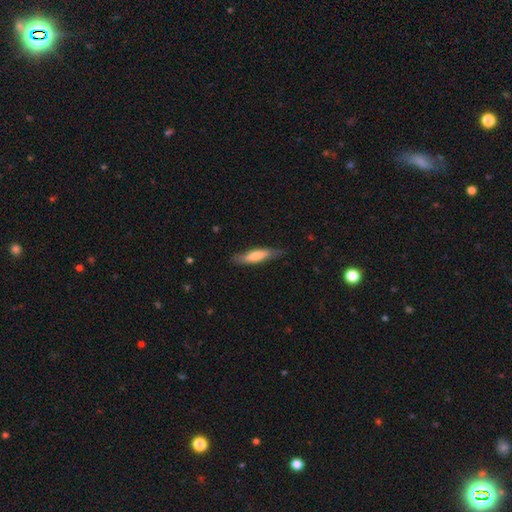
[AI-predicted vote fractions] Q: Smooth or featured?
A: smooth (66%); runner-up: featured or disk (29%)
Q: How rounded?
A: cigar-shaped (71%); runner-up: in between (27%)
Q: Merging?
A: none (76%); runner-up: minor disturbance (19%)